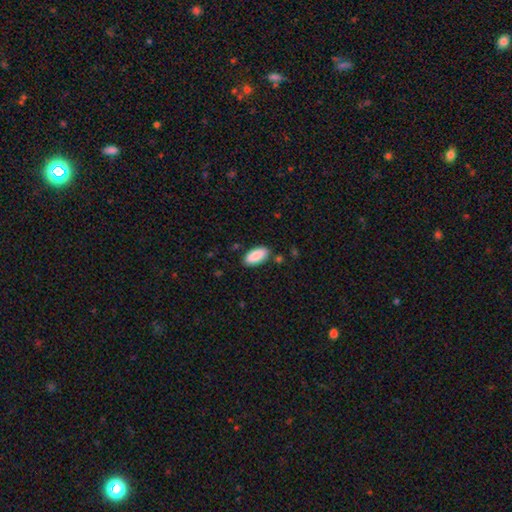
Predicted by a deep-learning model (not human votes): A smooth galaxy with no disk features (89%) that is in between round and cigar-shaped (90%).

Vote fractions:
- Smooth or featured? smooth: 89% / star or artifact: 6% / featured or disk: 5%
- How rounded? in between: 90% / cigar-shaped: 8% / round: 2%
- Merging? none: 85% / minor disturbance: 10% / merger: 2% / major disturbance: 2%